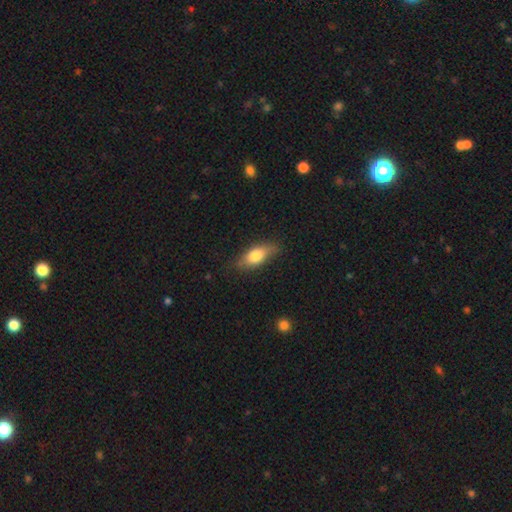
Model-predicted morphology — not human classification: A smooth galaxy with no disk features (75%) that is in between round and cigar-shaped (77%). Merging: none (79%).